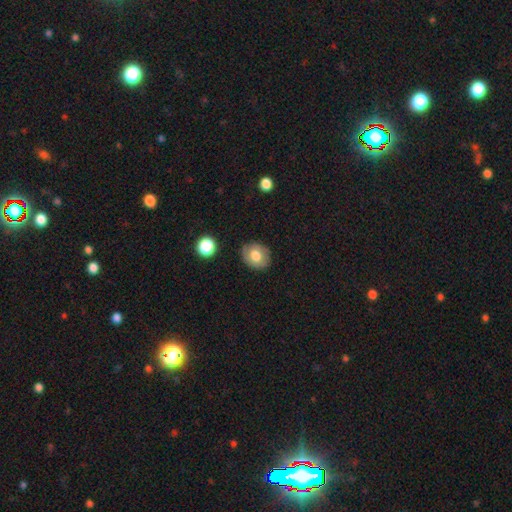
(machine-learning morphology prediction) Q: Smooth or featured?
A: smooth (73%); runner-up: featured or disk (19%)
Q: How rounded?
A: round (61%); runner-up: in between (38%)
Q: Merging?
A: none (83%); runner-up: minor disturbance (12%)